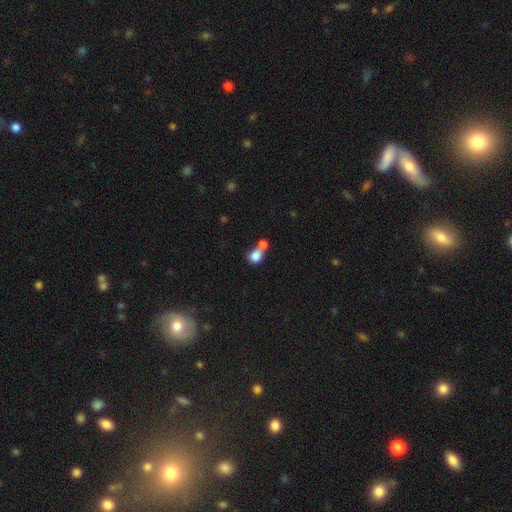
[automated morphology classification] Smooth or featured: smooth — 81% (star or artifact — 10%)
How rounded: round — 71% (in between — 27%)
Merging: merger — 55% (none — 33%)